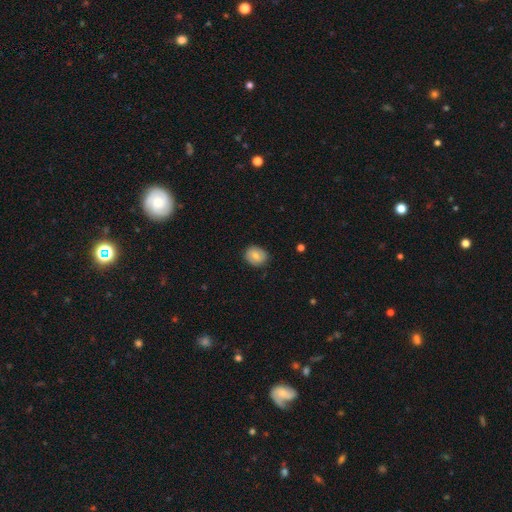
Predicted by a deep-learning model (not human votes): Overall: smooth (75%). How rounded: round (65%; in between 34%). Merging: none (85%).